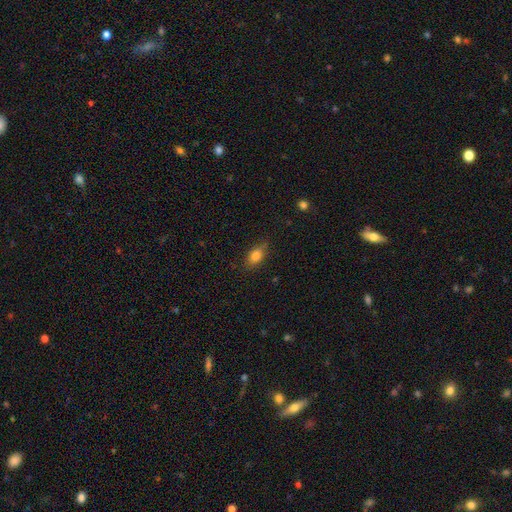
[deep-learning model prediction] smooth_or_featured: smooth (p=0.81) [alt: featured or disk p=0.10]
how_rounded: in between (p=0.82) [alt: round p=0.11]
merging: none (p=0.76) [alt: minor disturbance p=0.19]